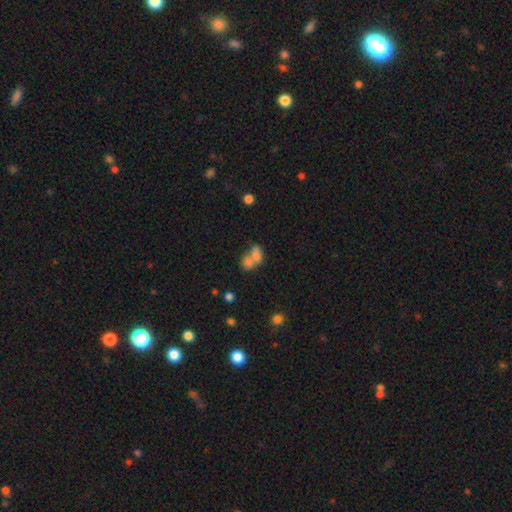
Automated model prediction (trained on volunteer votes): Smooth or featured: smooth — 73% (featured or disk — 16%)
How rounded: in between — 74% (round — 24%)
Merging: merger — 69% (none — 19%)